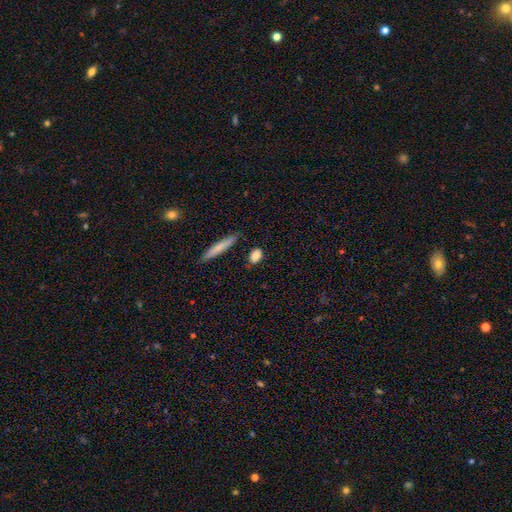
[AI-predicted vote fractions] A smooth galaxy with no disk features (86%) that is in between round and cigar-shaped (70%).

Vote fractions:
- Smooth or featured? smooth: 86% / featured or disk: 7% / star or artifact: 7%
- How rounded? in between: 70% / round: 16% / cigar-shaped: 14%
- Merging? none: 81% / minor disturbance: 13% / merger: 4% / major disturbance: 3%